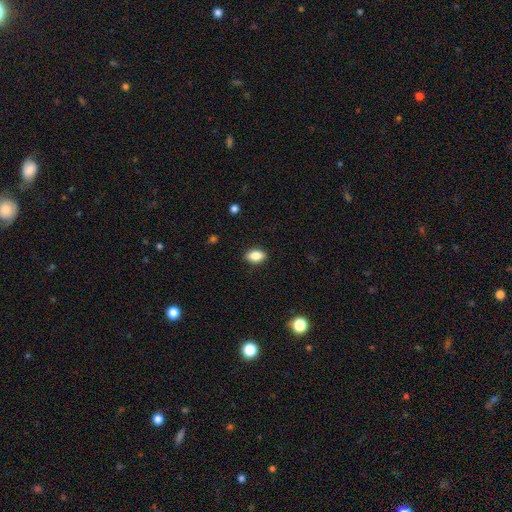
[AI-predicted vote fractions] Smooth or featured: smooth — 84% (star or artifact — 8%)
How rounded: in between — 87% (round — 9%)
Merging: none — 87% (minor disturbance — 10%)